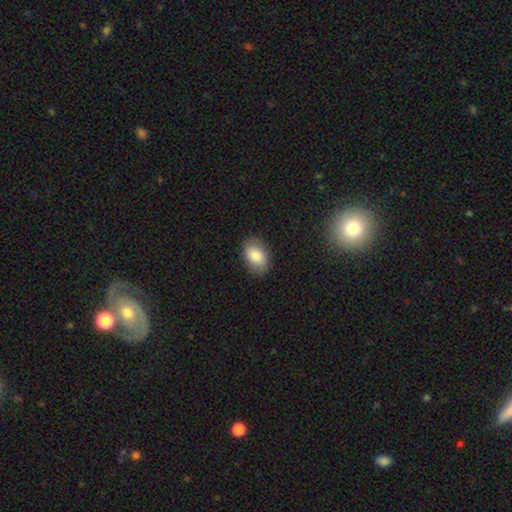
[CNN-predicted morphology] Overall: smooth (83%). How rounded: in between (87%). Merging: none (85%).